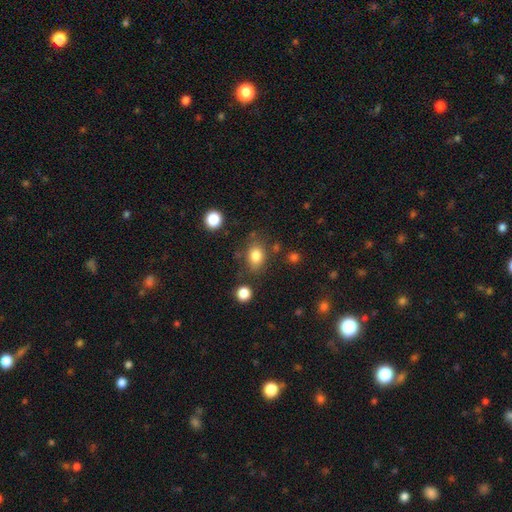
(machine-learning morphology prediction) This appears to be a smooth galaxy with no disk features (82%) that is in between round and cigar-shaped (63%). Merging: none (74%).